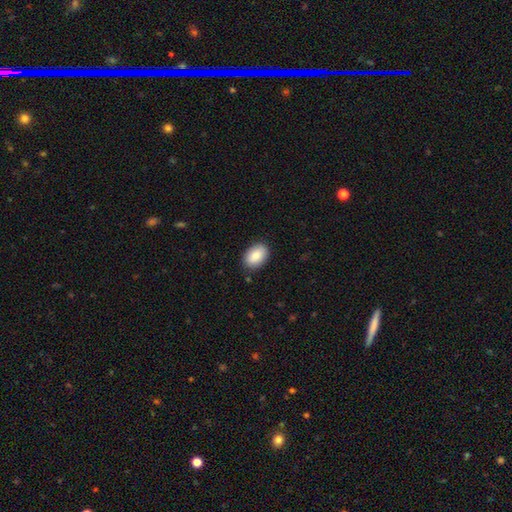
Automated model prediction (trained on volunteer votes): smooth_or_featured: smooth (p=0.89) [alt: star or artifact p=0.06]
how_rounded: in between (p=0.89) [alt: round p=0.10]
merging: none (p=0.87) [alt: minor disturbance p=0.10]